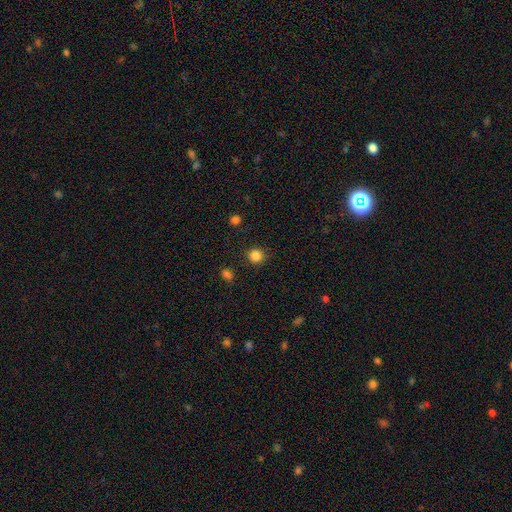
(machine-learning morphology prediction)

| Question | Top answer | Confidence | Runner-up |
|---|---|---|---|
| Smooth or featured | smooth | 84% | star or artifact (12%) |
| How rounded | round | 93% | in between (6%) |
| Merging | none | 89% | minor disturbance (7%) |